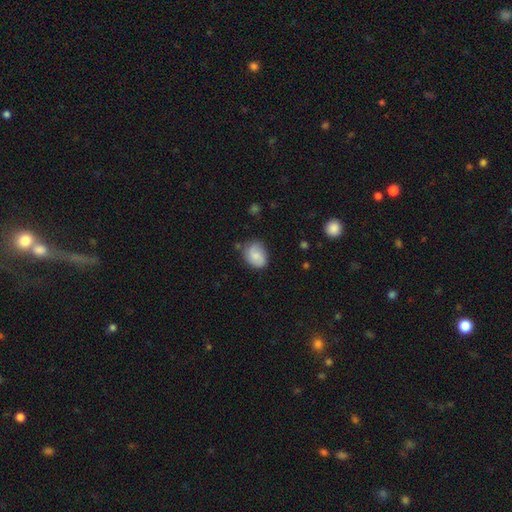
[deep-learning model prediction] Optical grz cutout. It shows a smooth galaxy with no disk features (66%) that is in between round and cigar-shaped (65%). Merging: none (64%).